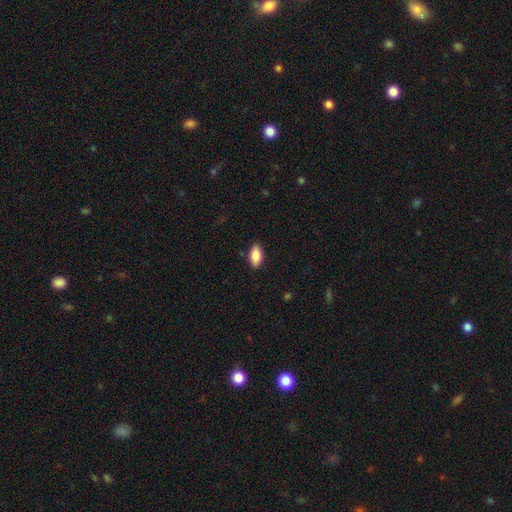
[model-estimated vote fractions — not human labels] Smooth or featured: smooth — 86% (featured or disk — 7%)
How rounded: in between — 90% (cigar-shaped — 7%)
Merging: none — 87% (minor disturbance — 10%)